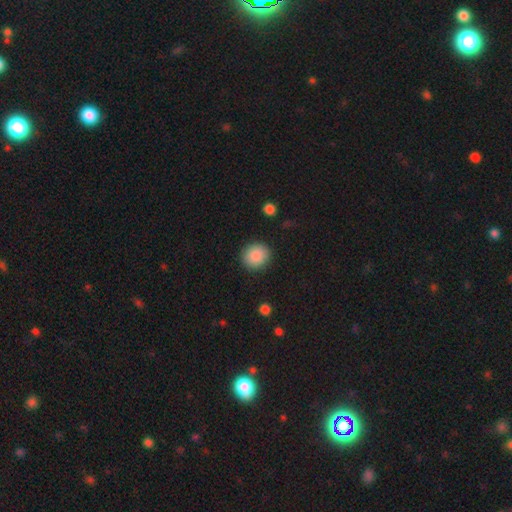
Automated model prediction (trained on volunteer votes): Smooth or featured? Predicted: smooth (p=0.89). How rounded? Predicted: round (p=0.84). Merging? Predicted: none (p=0.89).